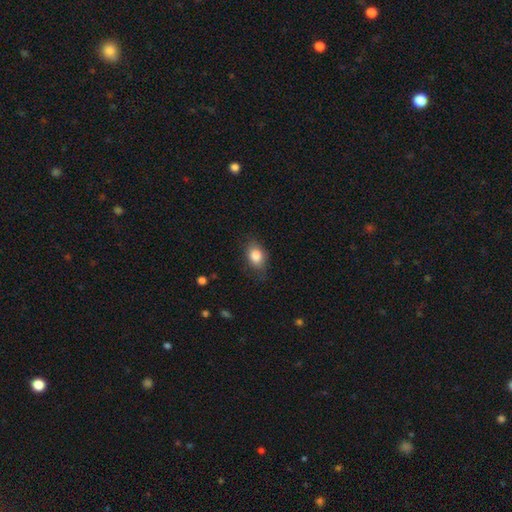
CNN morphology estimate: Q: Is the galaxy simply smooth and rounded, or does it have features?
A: smooth — 85%.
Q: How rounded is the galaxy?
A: in between — 75%.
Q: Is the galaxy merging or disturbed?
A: none — 74%.